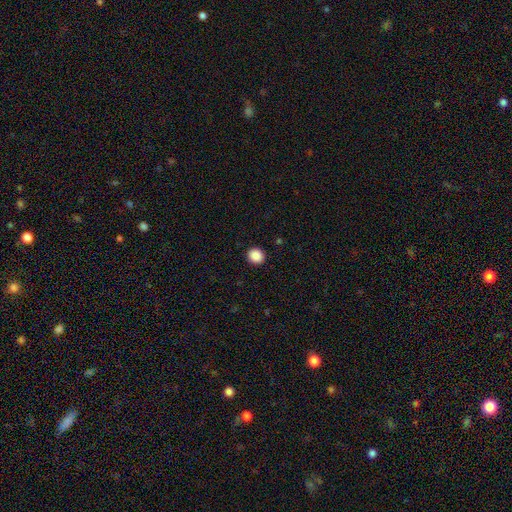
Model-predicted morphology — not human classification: Smooth or featured?
  - smooth: 89% *
  - star or artifact: 9%
  - featured or disk: 2%
How rounded?
  - round: 86% *
  - in between: 14%
  - cigar-shaped: 1%
Merging?
  - none: 92% *
  - minor disturbance: 5%
  - major disturbance: 2%
  - merger: 1%